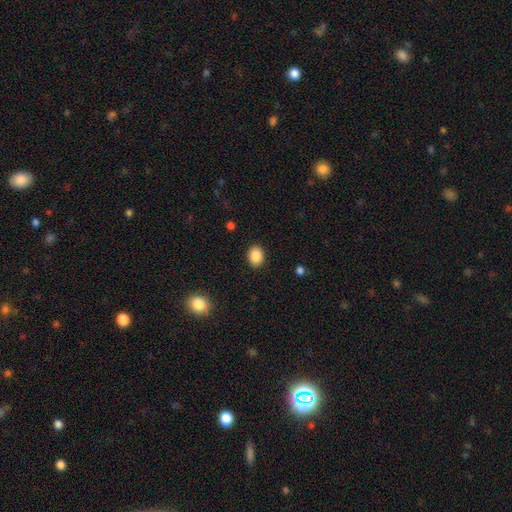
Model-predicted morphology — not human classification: Smooth or featured: smooth — 88% (star or artifact — 8%)
How rounded: in between — 60% (round — 39%)
Merging: none — 90% (minor disturbance — 7%)